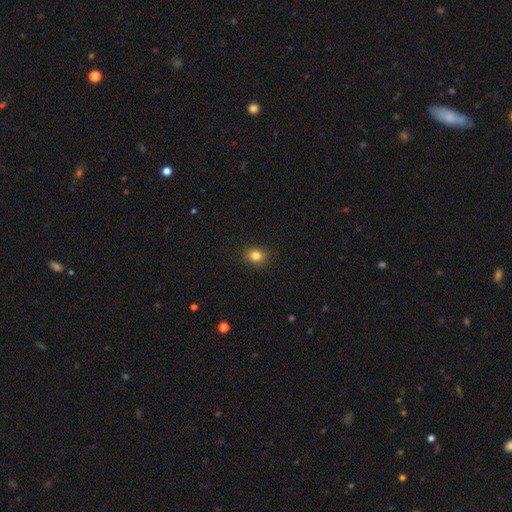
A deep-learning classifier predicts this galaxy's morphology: A smooth galaxy with no disk features (83%) that is round (62%). Merging: none (89%).